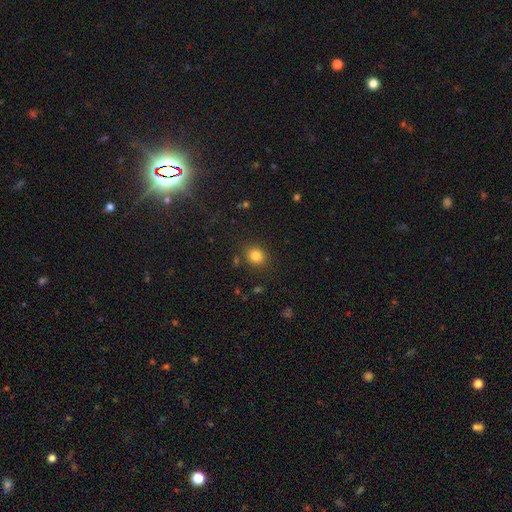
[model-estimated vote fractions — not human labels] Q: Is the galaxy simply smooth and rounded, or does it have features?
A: smooth — 82%.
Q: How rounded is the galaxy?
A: round — 77%.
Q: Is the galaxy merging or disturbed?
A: none — 84%.